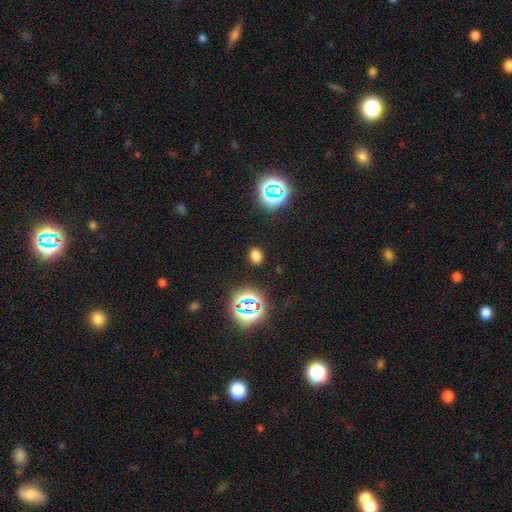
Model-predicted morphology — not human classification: A smooth galaxy with no disk features (70%) that is in between round and cigar-shaped (63%).

Vote fractions:
- Smooth or featured? smooth: 70% / star or artifact: 24% / featured or disk: 6%
- How rounded? in between: 63% / round: 36% / cigar-shaped: 1%
- Merging? none: 88% / minor disturbance: 8% / major disturbance: 3% / merger: 2%